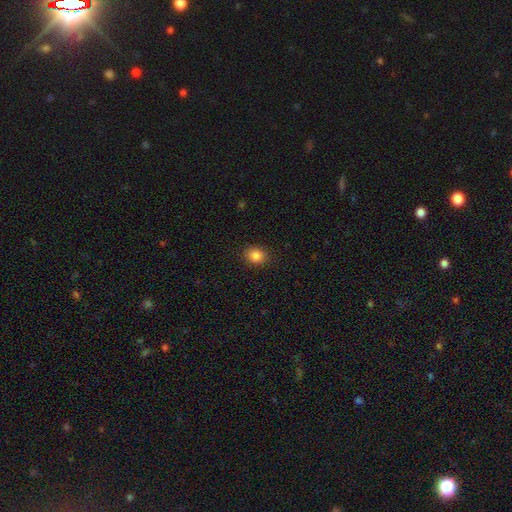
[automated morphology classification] A smooth galaxy with no disk features (85%) that is round (61%).

Vote fractions:
- Smooth or featured? smooth: 85% / star or artifact: 10% / featured or disk: 4%
- How rounded? round: 61% / in between: 38% / cigar-shaped: 1%
- Merging? none: 89% / minor disturbance: 8% / major disturbance: 2% / merger: 1%